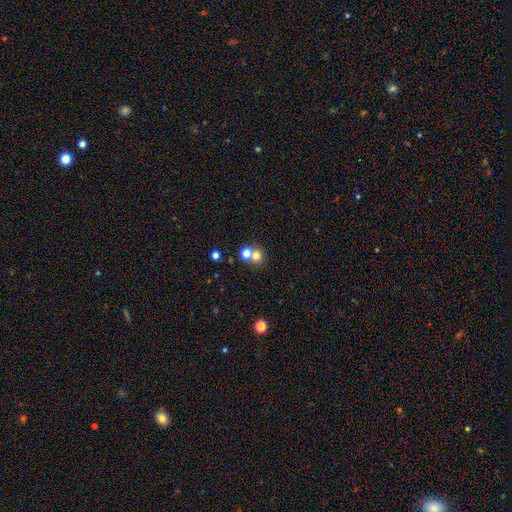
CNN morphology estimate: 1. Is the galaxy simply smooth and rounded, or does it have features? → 73% smooth, 14% star or artifact, 13% featured or disk.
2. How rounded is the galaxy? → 81% round, 18% in between, 1% cigar-shaped.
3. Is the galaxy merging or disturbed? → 49% merger, 42% none, 6% minor disturbance, 3% major disturbance.